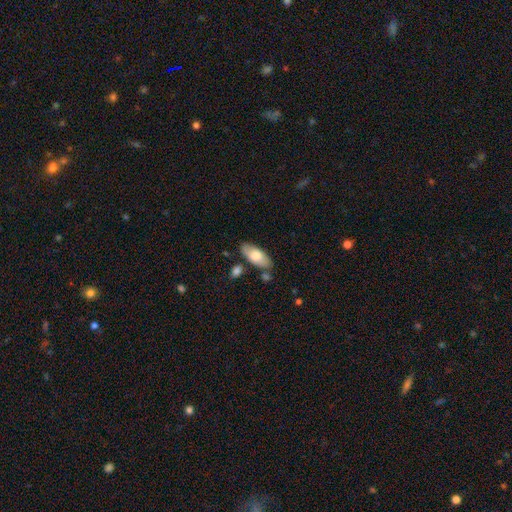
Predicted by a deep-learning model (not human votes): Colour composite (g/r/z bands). It shows a smooth galaxy with no disk features (69%) that is in between round and cigar-shaped (87%). Merging: none (74%).